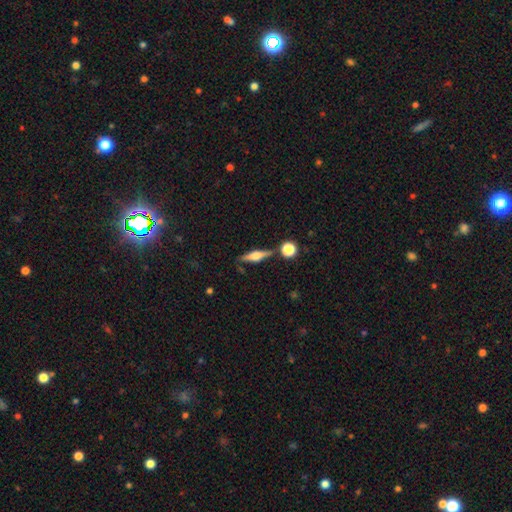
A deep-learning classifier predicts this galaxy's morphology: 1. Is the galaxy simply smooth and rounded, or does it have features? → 61% featured or disk, 31% smooth, 8% star or artifact.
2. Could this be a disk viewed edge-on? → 96% yes, 4% no.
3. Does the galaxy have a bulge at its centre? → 86% rounded, 11% boxy, 3% none.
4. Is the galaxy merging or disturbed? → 80% none, 10% minor disturbance, 7% merger, 3% major disturbance.